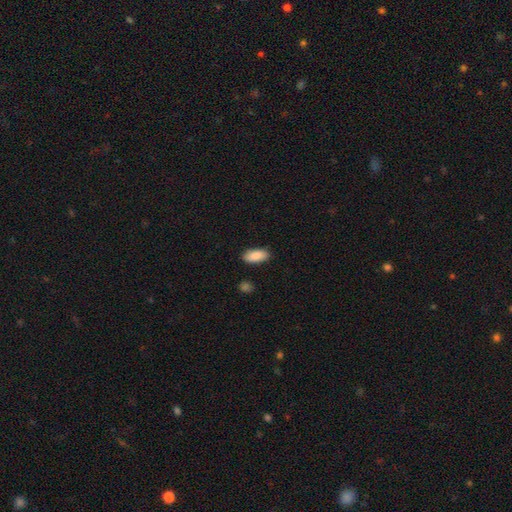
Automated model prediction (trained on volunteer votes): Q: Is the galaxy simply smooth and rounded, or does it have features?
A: smooth — 89%.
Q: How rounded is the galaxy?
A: in between — 89%.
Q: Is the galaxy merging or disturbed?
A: none — 86%.